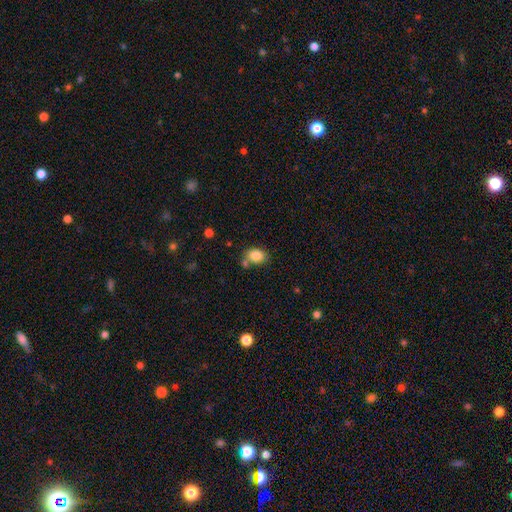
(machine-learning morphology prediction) The model was most divided on "how rounded": in between: 71%, round: 28%, cigar-shaped: 1%. More confident: smooth or featured — smooth (85%); merging — none (63%).